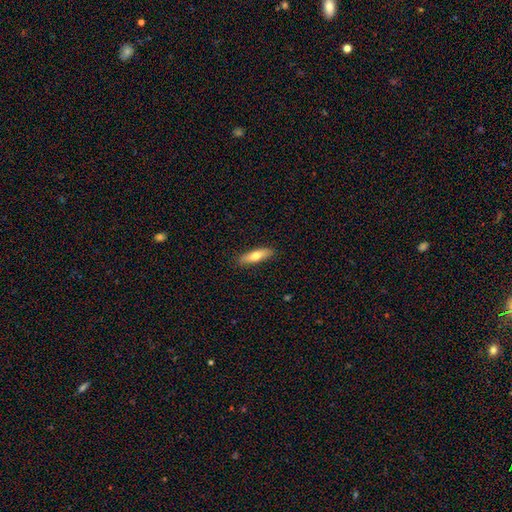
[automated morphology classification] smooth 66%, featured or disk 28%, star or artifact 6%. Down the decision tree: how rounded — cigar-shaped (63%); merging — none (89%).